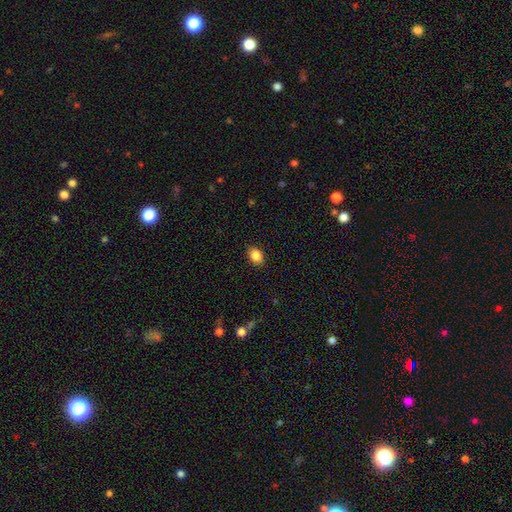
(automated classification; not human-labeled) Smooth or featured?
  - smooth: 87% *
  - star or artifact: 9%
  - featured or disk: 5%
How rounded?
  - in between: 72% *
  - round: 27%
  - cigar-shaped: 1%
Merging?
  - none: 87% *
  - minor disturbance: 9%
  - major disturbance: 2%
  - merger: 1%